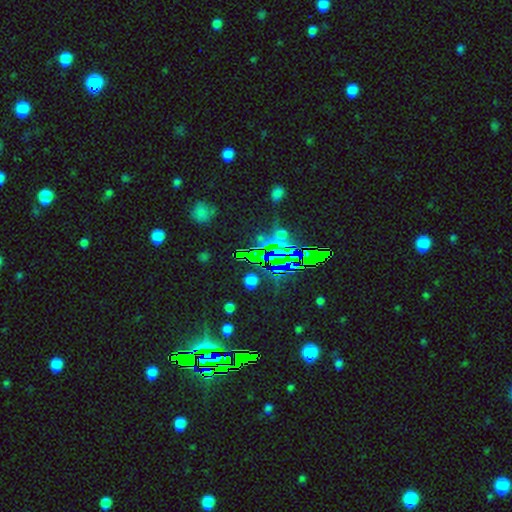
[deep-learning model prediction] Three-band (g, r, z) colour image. It shows a star or artifact, not a galaxy (70%).